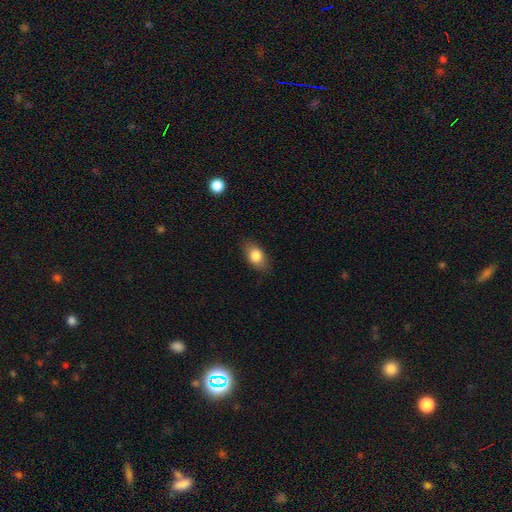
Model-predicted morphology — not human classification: smooth 80%, featured or disk 12%, star or artifact 7%. Down the decision tree: how rounded — in between (85%); merging — none (84%).